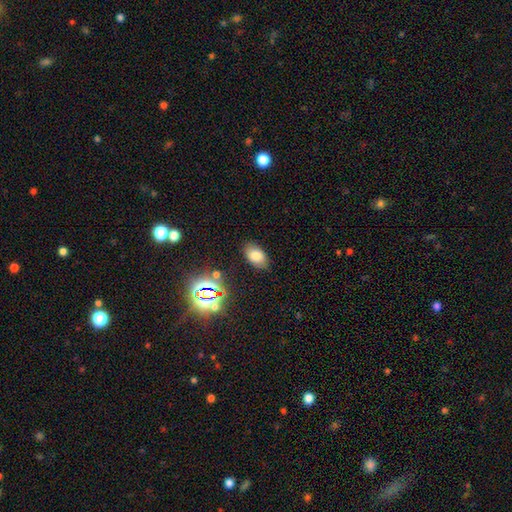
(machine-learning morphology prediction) The model was most divided on "smooth or featured": smooth: 76%, star or artifact: 15%, featured or disk: 9%. More confident: how rounded — in between (91%); merging — none (84%).